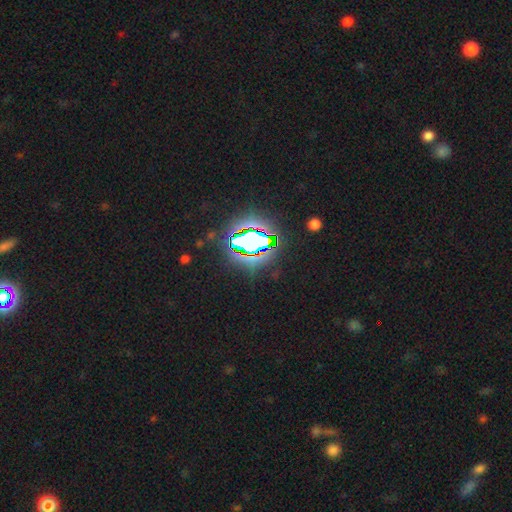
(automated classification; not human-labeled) Morphology: type=star or artifact (84%).